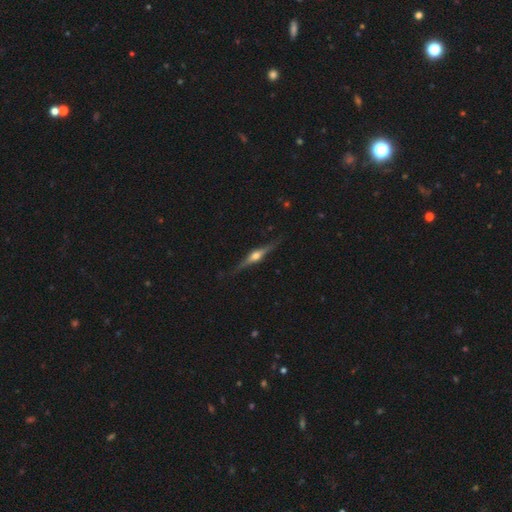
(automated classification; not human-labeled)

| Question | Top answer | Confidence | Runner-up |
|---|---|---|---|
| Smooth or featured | featured or disk | 79% | smooth (15%) |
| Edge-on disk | yes | 98% | no (2%) |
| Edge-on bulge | rounded | 93% | boxy (5%) |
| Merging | none | 87% | minor disturbance (10%) |